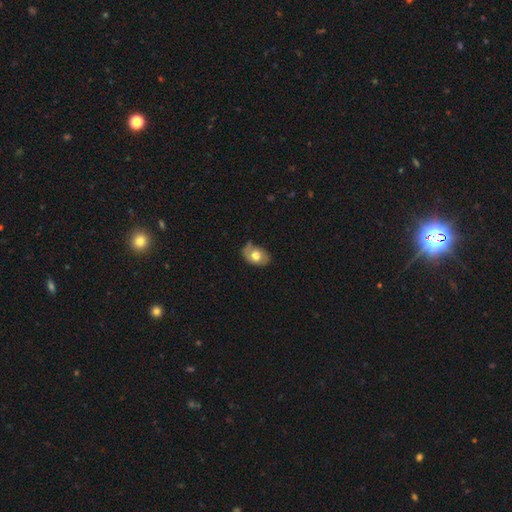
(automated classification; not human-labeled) Smooth or featured? Predicted: smooth (p=0.64). How rounded? Predicted: in between (p=0.79). Merging? Predicted: none (p=0.61).